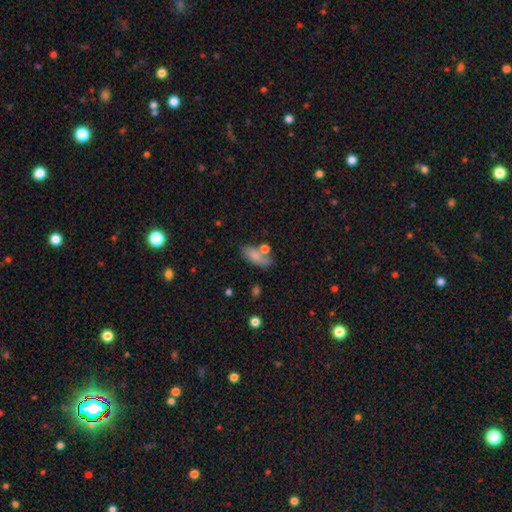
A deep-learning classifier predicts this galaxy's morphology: This appears to be a smooth galaxy with no disk features (74%) that is in between round and cigar-shaped (85%). Merging: none (47%).